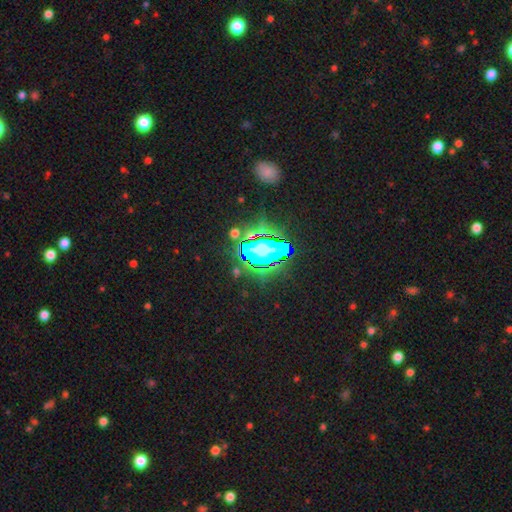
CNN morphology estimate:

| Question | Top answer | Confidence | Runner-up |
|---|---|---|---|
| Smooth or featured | star or artifact | 78% | smooth (13%) |